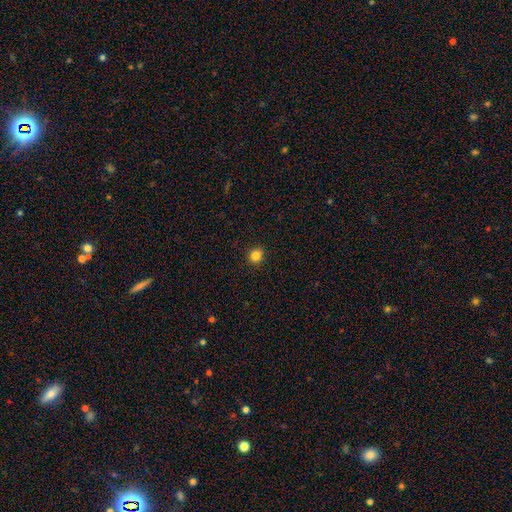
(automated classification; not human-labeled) A smooth galaxy with no disk features (84%) that is round (86%). Merging: none (92%).